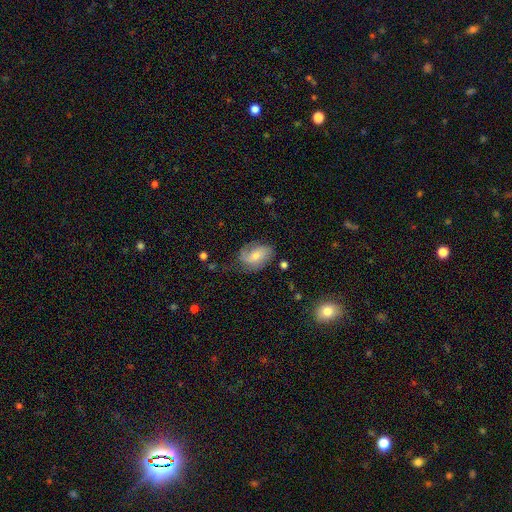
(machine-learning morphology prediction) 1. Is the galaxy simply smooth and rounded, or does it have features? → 60% featured or disk, 31% smooth, 9% star or artifact.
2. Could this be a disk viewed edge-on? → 96% no, 4% yes.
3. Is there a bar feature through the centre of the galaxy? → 52% no, 37% weak, 11% strong.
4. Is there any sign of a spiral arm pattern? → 86% yes, 14% no.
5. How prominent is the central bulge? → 48% moderate, 45% small, 3% large, 3% none, 1% dominant.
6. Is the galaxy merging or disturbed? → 57% none, 27% minor disturbance, 14% major disturbance, 2% merger.